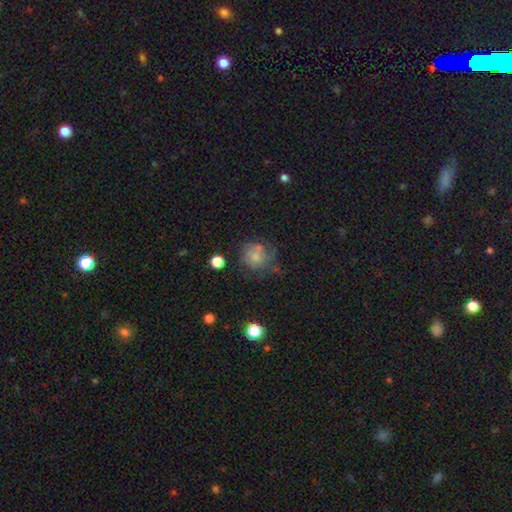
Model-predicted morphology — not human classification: smooth 62%, featured or disk 27%, star or artifact 11%. Down the decision tree: how rounded — round (84%); merging — none (47%).